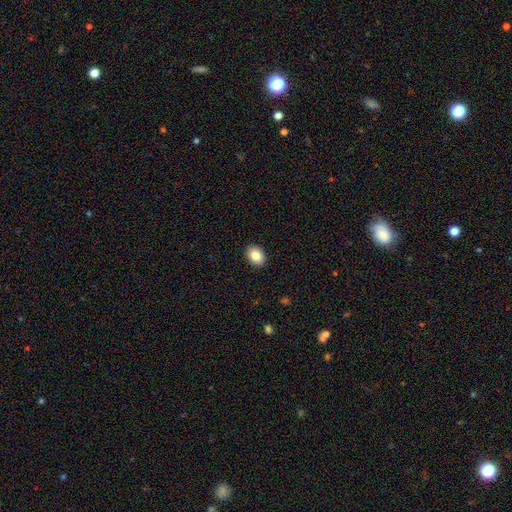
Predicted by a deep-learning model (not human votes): smooth 85%, star or artifact 8%, featured or disk 7%. Down the decision tree: how rounded — in between (66%); merging — none (91%).